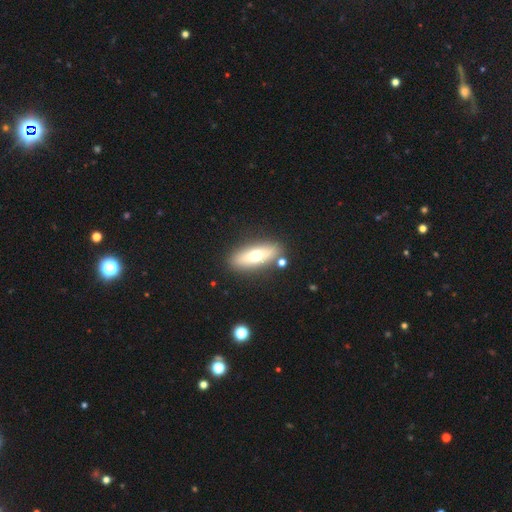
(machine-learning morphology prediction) Overall: smooth (58%; featured or disk 35%). How rounded: in between (57%; cigar-shaped 39%). Merging: none (84%).